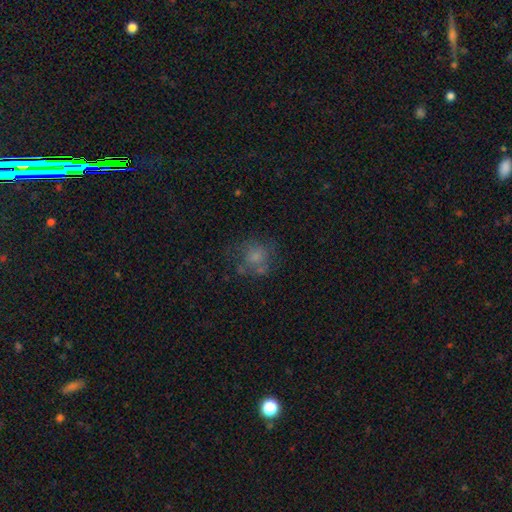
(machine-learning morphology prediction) The model was most divided on "smooth or featured": smooth: 54%, featured or disk: 30%, star or artifact: 16%. More confident: how rounded — round (73%); merging — none (51%).